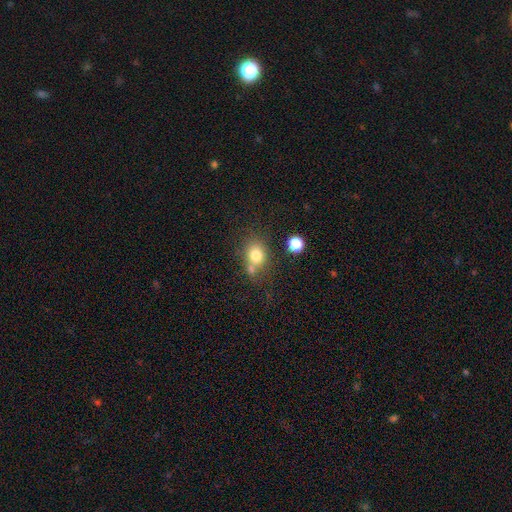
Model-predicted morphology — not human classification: Q: Smooth or featured?
A: smooth (78%); runner-up: star or artifact (12%)
Q: How rounded?
A: round (59%); runner-up: in between (40%)
Q: Merging?
A: none (54%); runner-up: merger (25%)